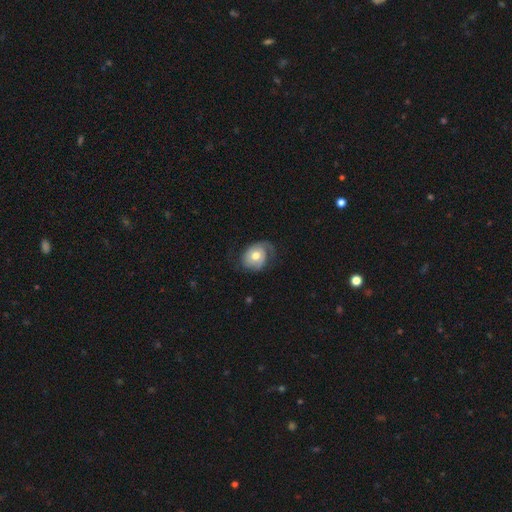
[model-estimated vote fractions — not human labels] This is possibly a featured or disk galaxy (59%). It is clearly not viewed edge-on (97%). Bar: likely no (78%). Spiral arm pattern: clearly yes (81%). Central bulge: likely moderate (76%). Merging: possibly none (58%).